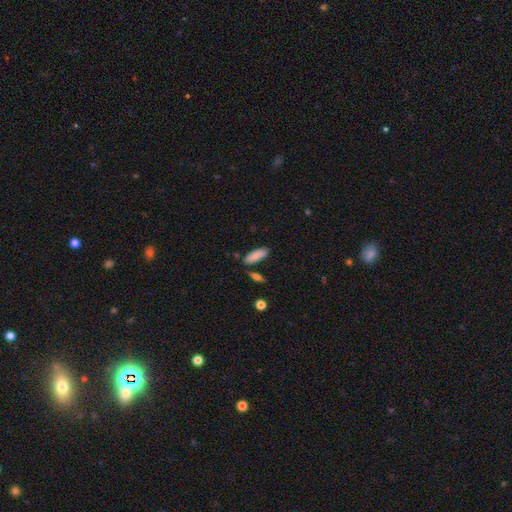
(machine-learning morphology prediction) Smooth or featured: smooth — 86% (featured or disk — 8%)
How rounded: in between — 61% (cigar-shaped — 37%)
Merging: none — 77% (minor disturbance — 14%)